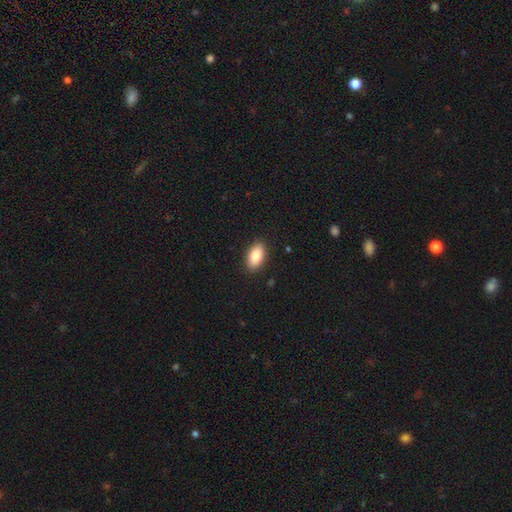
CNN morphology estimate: Overall: smooth (86%). How rounded: in between (94%). Merging: none (89%).